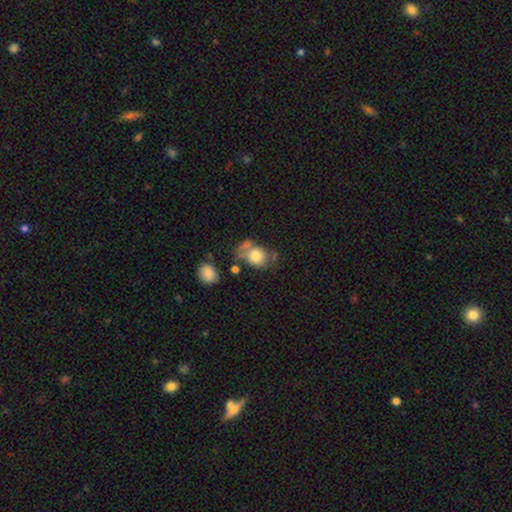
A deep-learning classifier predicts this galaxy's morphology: The model was most divided on "merging": none: 36%, minor disturbance: 26%, major disturbance: 20%, merger: 18%. More confident: smooth or featured — smooth (69%); how rounded — in between (61%).